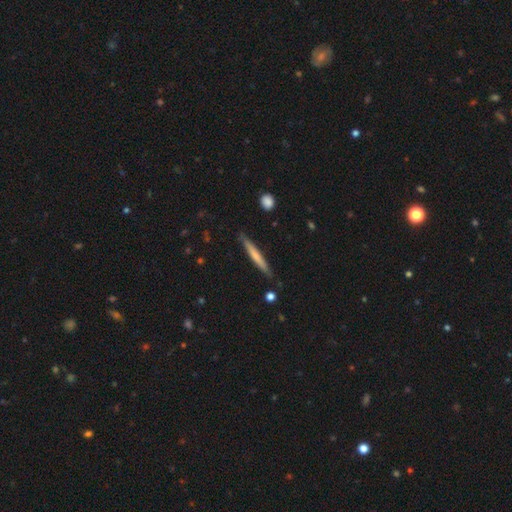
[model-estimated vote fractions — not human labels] Smooth or featured: smooth — 57% (featured or disk — 38%)
How rounded: cigar-shaped — 96% (in between — 3%)
Merging: none — 87% (minor disturbance — 10%)